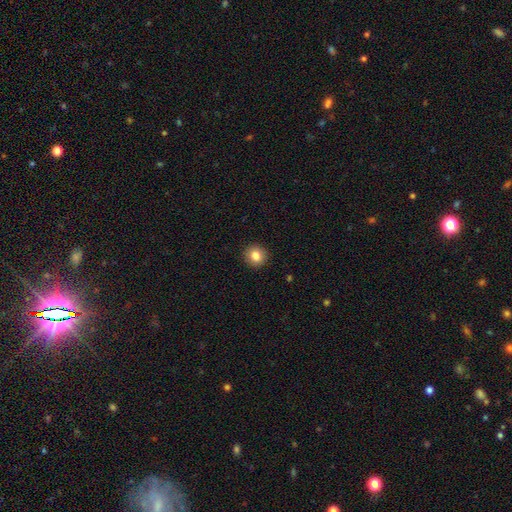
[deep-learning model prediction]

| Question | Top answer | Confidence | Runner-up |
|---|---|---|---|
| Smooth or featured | smooth | 84% | star or artifact (10%) |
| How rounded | round | 91% | in between (8%) |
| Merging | none | 92% | minor disturbance (5%) |